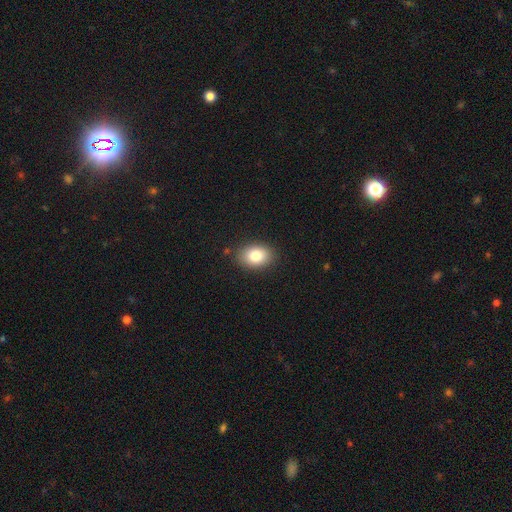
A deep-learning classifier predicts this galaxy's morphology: Smooth or featured? smooth (81%)
How rounded? in between (78%)
Merging? none (87%)